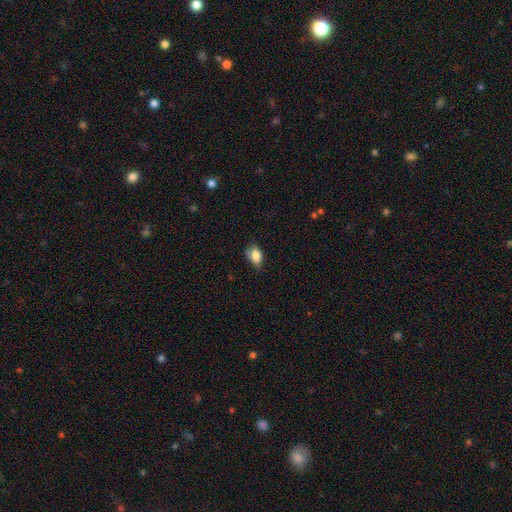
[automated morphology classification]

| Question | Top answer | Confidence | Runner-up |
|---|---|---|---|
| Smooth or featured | smooth | 82% | featured or disk (10%) |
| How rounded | in between | 84% | round (14%) |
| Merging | none | 57% | minor disturbance (34%) |